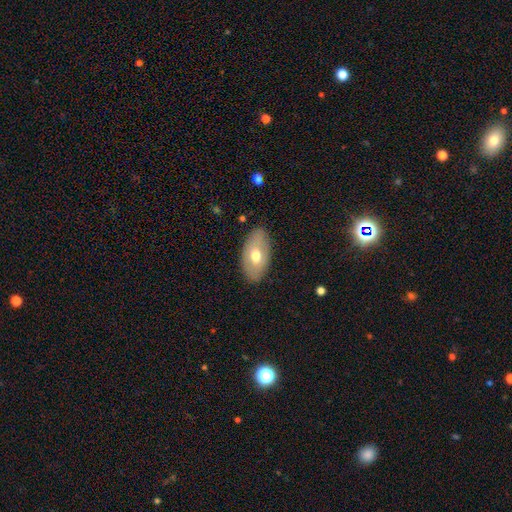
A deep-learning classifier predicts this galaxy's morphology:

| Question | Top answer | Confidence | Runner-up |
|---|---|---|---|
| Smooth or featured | smooth | 63% | featured or disk (31%) |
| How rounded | in between | 93% | round (4%) |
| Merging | none | 84% | minor disturbance (12%) |